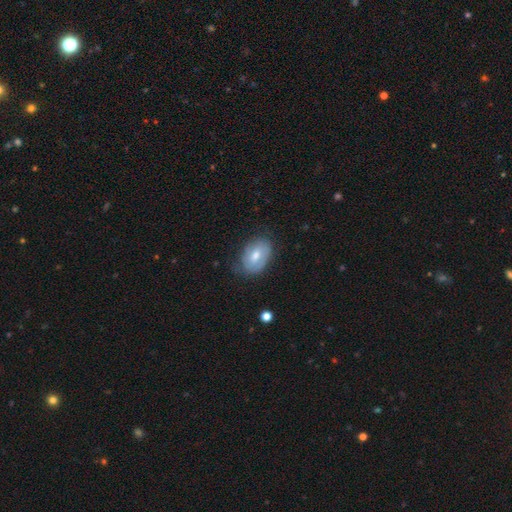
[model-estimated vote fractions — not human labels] The model was most divided on "smooth or featured": smooth: 48%, featured or disk: 44%, star or artifact: 8%. More confident: merging — none (67%).